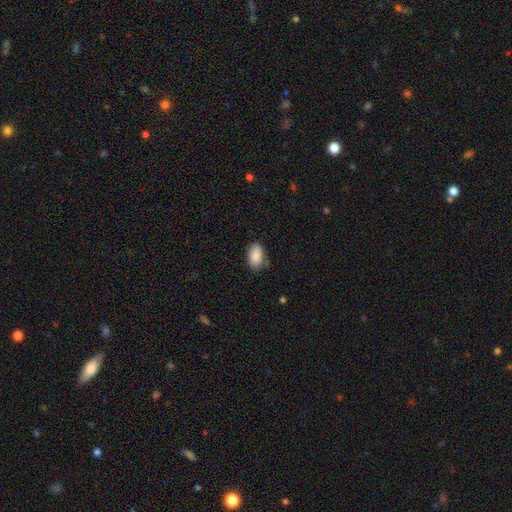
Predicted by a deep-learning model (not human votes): Smooth or featured? Predicted: smooth (p=0.88). How rounded? Predicted: in between (p=0.91). Merging? Predicted: none (p=0.68).